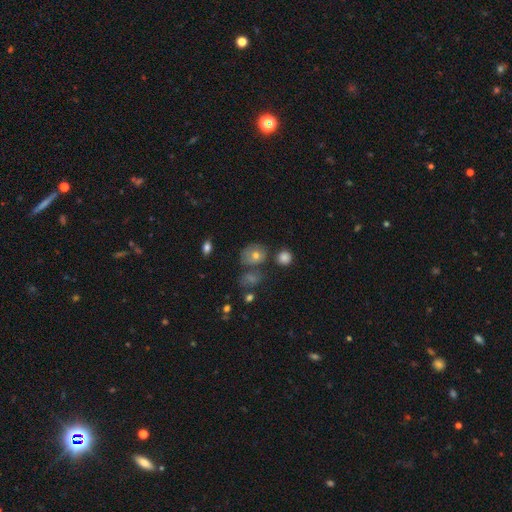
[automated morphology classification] smooth 38%, star or artifact 34%, featured or disk 28%. Down the decision tree: merging — none (60%).